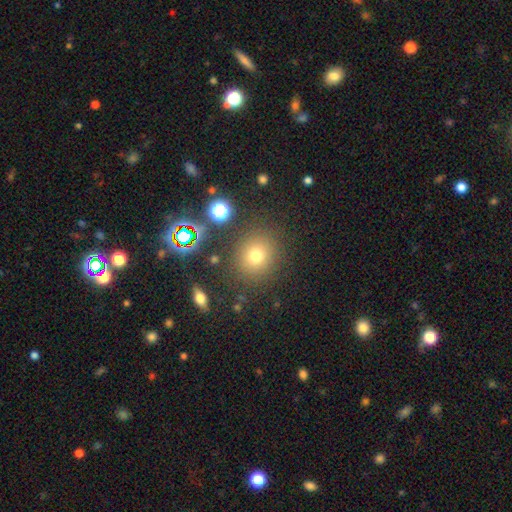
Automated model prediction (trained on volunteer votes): This appears to be a smooth galaxy with no disk features (70%) that is round (82%). Merging: none (84%).